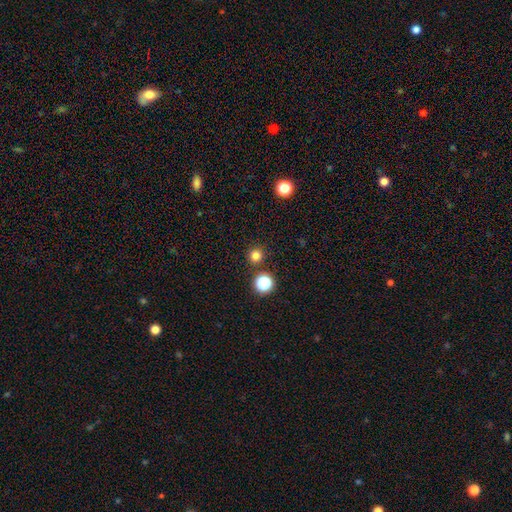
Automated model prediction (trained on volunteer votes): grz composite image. It shows a smooth galaxy with no disk features (79%) that is round (94%). Merging: none (89%).